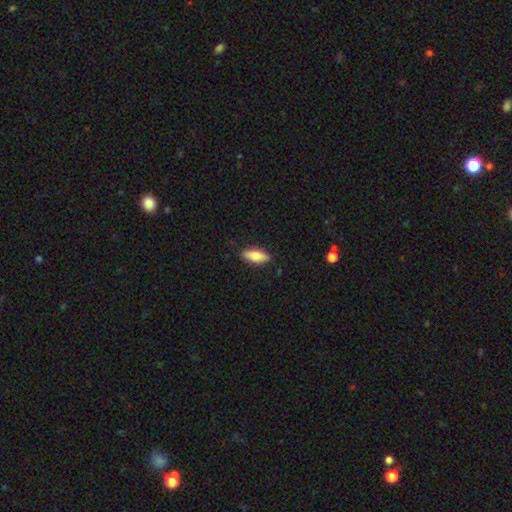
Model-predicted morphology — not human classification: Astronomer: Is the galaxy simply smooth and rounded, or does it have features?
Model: smooth — 80%.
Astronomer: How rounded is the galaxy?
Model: in between — 67%.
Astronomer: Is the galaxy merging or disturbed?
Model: none — 86%.